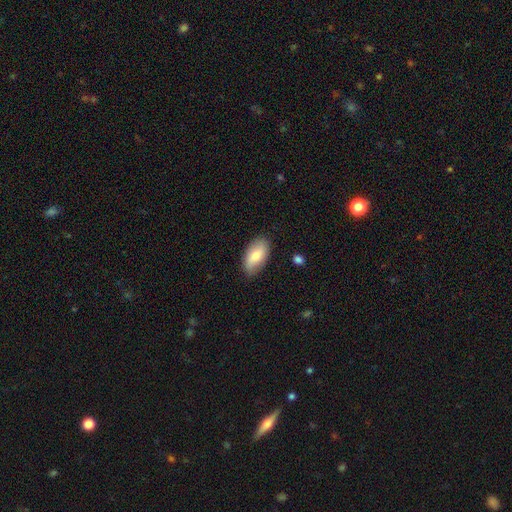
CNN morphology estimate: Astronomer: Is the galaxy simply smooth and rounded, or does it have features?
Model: smooth — 73%.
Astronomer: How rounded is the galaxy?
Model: in between — 94%.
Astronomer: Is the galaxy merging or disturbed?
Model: none — 82%.